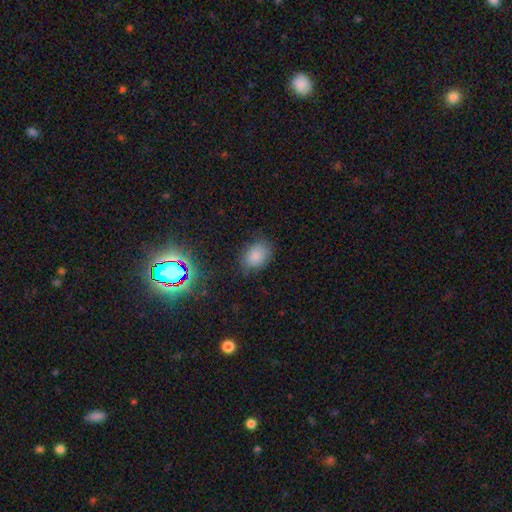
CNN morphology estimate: type=smooth (81%); roundness=in between (70%); merging=none (74%).